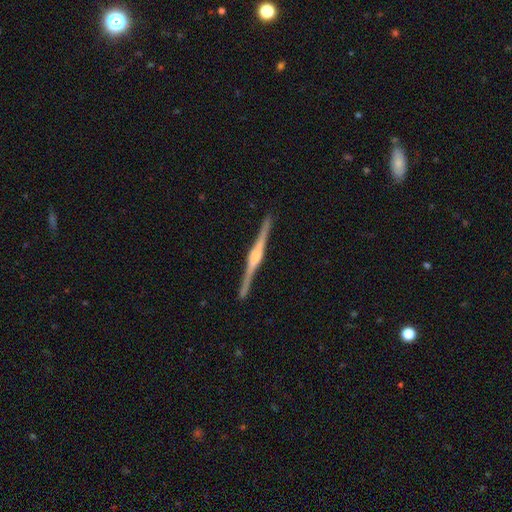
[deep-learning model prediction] A featured or disk galaxy (87%) viewed edge-on (98%) with a rounded central bulge (60%). Merging: none (91%).